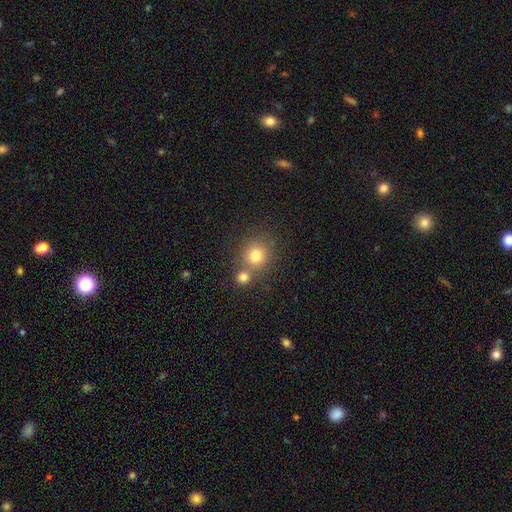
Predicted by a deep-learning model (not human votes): Smooth or featured: smooth — 78% (star or artifact — 13%)
How rounded: round — 89% (in between — 10%)
Merging: none — 59% (merger — 30%)